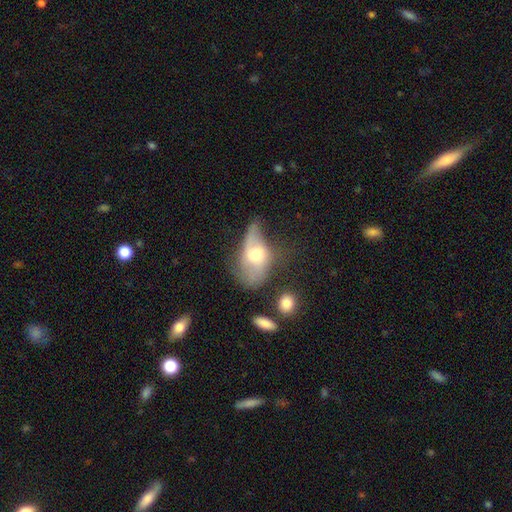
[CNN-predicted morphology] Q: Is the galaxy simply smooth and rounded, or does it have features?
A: featured or disk — 46%, tied with smooth.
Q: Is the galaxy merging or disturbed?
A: major disturbance — 36%.